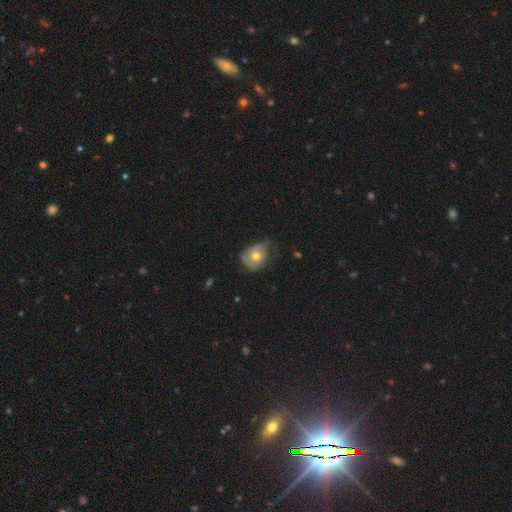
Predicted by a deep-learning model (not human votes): This appears to be a smooth galaxy with no disk features (56%) that is round (53%). Merging: minor disturbance (43%).